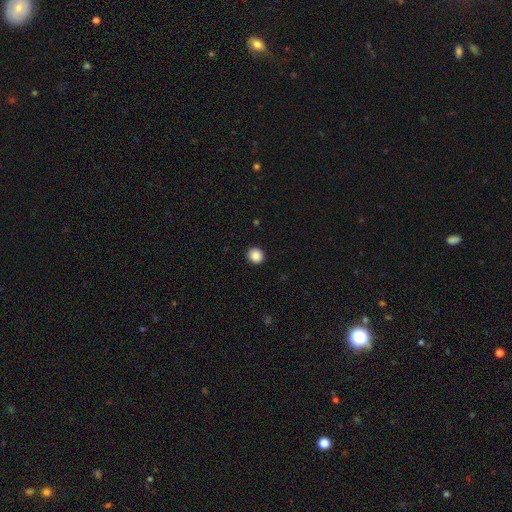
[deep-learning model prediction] smooth-or-featured: smooth: 88% | star or artifact: 9% | featured or disk: 3%
  how-rounded: round: 92% | in between: 7% | cigar-shaped: 1%
  merging: none: 93% | minor disturbance: 5% | major disturbance: 2% | merger: 1%